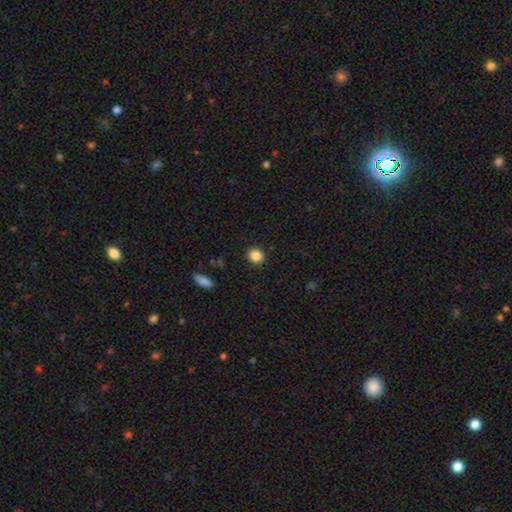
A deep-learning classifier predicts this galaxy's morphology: The model was most divided on "how rounded": round: 83%, in between: 16%, cigar-shaped: 1%. More confident: merging — none (91%); smooth or featured — smooth (86%).